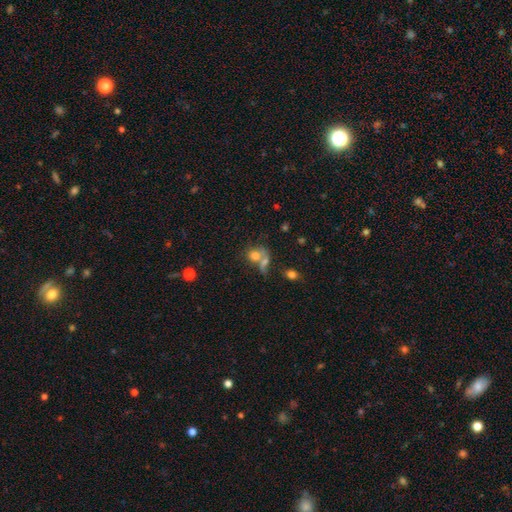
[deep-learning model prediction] Smooth or featured?
  - smooth: 71% *
  - featured or disk: 16%
  - star or artifact: 13%
How rounded?
  - round: 59% *
  - in between: 39%
  - cigar-shaped: 2%
Merging?
  - merger: 52% *
  - none: 29%
  - minor disturbance: 10%
  - major disturbance: 9%